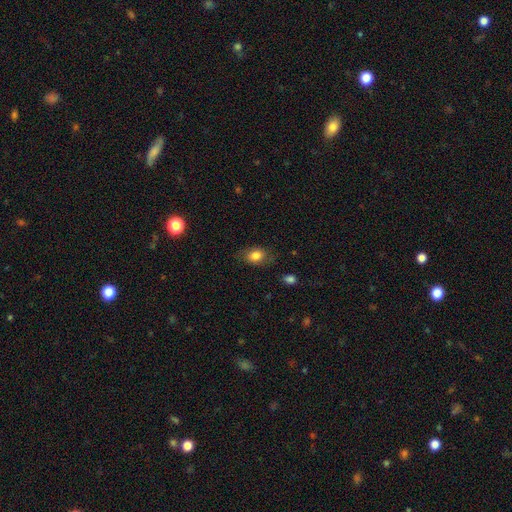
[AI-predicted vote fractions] smooth_or_featured: smooth (p=0.81) [alt: featured or disk p=0.10]
how_rounded: in between (p=0.75) [alt: round p=0.23]
merging: none (p=0.75) [alt: minor disturbance p=0.18]